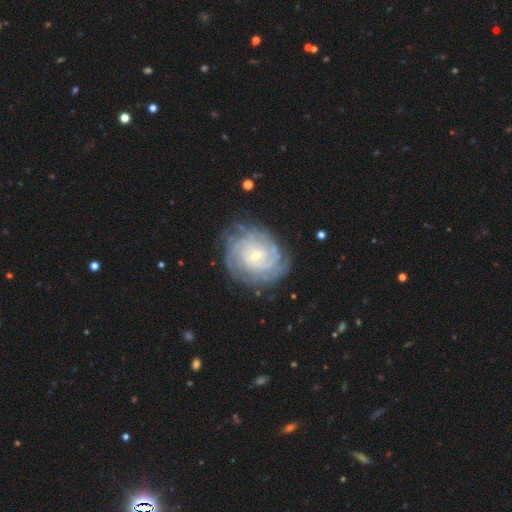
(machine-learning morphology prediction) Smooth or featured?
  - featured or disk: 86% *
  - smooth: 7%
  - star or artifact: 7%
Edge-on disk?
  - no: 97% *
  - yes: 3%
Bar?
  - no: 68% *
  - weak: 24%
  - strong: 7%
Spiral arms?
  - yes: 97% *
  - no: 3%
Spiral winding?
  - tight: 83% *
  - medium: 15%
  - loose: 3%
Spiral arm count?
  - can't tell: 33% *
  - 4: 20%
  - more than 4: 15%
  - 3: 14%
  - 2: 11%
  - 1: 7%
Bulge size?
  - small: 75% *
  - moderate: 22%
  - large: 2%
  - none: 1%
  - dominant: 1%
Merging?
  - none: 79% *
  - minor disturbance: 14%
  - major disturbance: 5%
  - merger: 1%